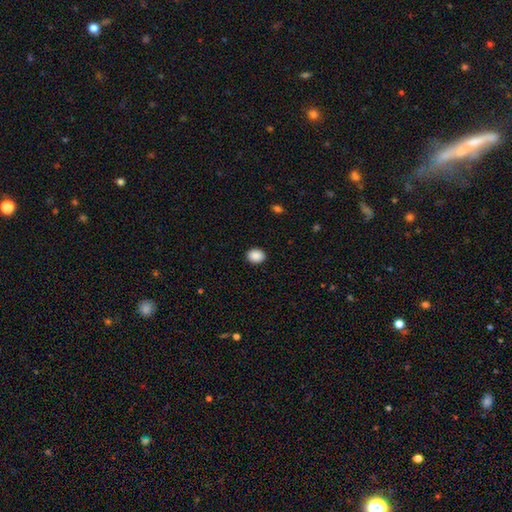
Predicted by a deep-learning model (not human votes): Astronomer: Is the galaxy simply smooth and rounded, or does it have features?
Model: smooth — 90%.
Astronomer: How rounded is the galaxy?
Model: round — 50% (runner-up: in between, 49%).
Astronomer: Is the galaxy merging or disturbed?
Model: none — 91%.